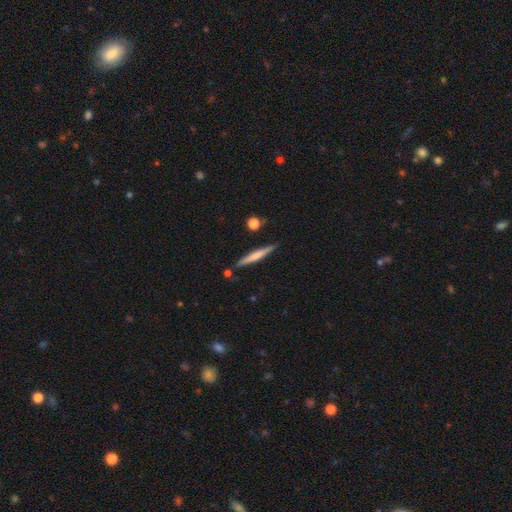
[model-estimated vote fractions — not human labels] Smooth or featured? Predicted: smooth (p=0.56). How rounded? Predicted: cigar-shaped (p=0.95). Merging? Predicted: none (p=0.84).